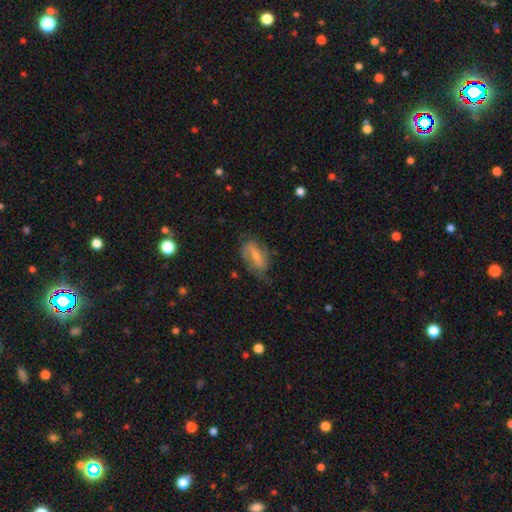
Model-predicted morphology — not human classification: smooth_or_featured: featured or disk (p=0.56) [alt: smooth p=0.36]
disk_edge_on: no (p=0.93) [alt: yes p=0.07]
bar: weak (p=0.42) [alt: strong p=0.34]
has_spiral_arms: yes (p=0.80) [alt: no p=0.20]
bulge_size: small (p=0.52) [alt: moderate p=0.32]
merging: none (p=0.52) [alt: minor disturbance p=0.29]